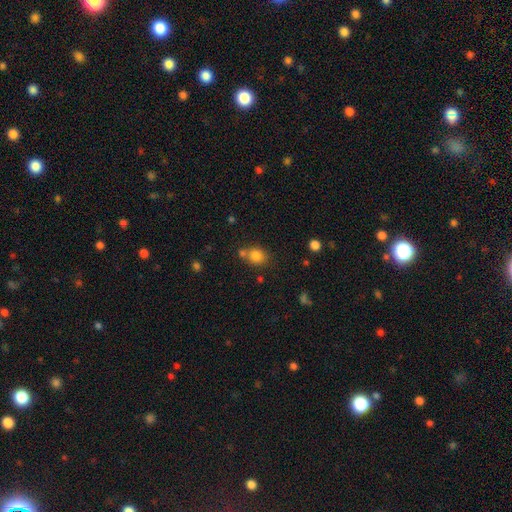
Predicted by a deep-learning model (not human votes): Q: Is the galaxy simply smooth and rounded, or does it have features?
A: smooth — 81%.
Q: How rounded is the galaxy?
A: round — 69%.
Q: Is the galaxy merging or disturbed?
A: none — 62%.